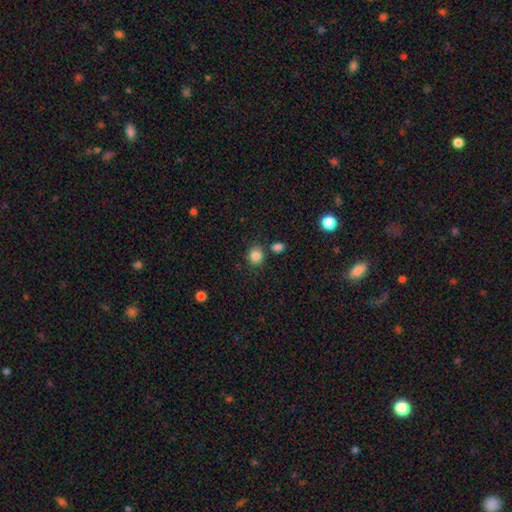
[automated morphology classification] smooth_or_featured: smooth (p=0.84) [alt: star or artifact p=0.10]
how_rounded: round (p=0.76) [alt: in between p=0.23]
merging: none (p=0.78) [alt: minor disturbance p=0.10]